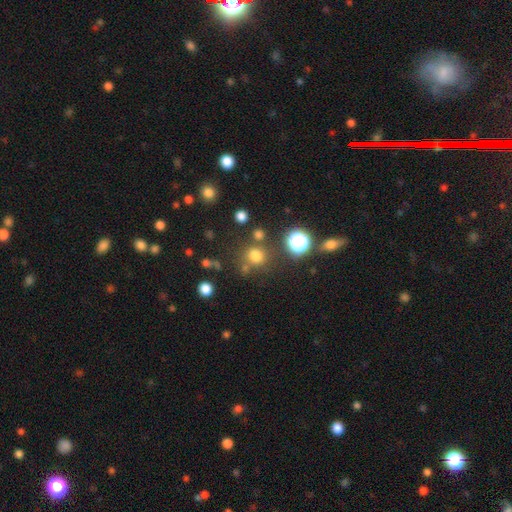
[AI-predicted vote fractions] This appears to be a smooth galaxy with no disk features (72%) that is round (88%). Merging: none (74%).